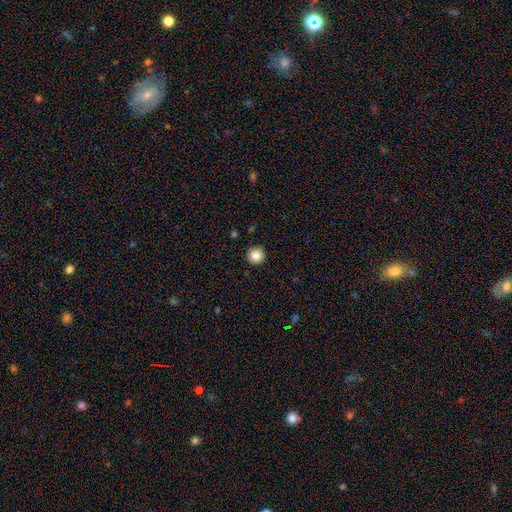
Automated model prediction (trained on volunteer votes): Smooth or featured: smooth — 85% (star or artifact — 9%)
How rounded: round — 94% (in between — 6%)
Merging: none — 91% (minor disturbance — 6%)